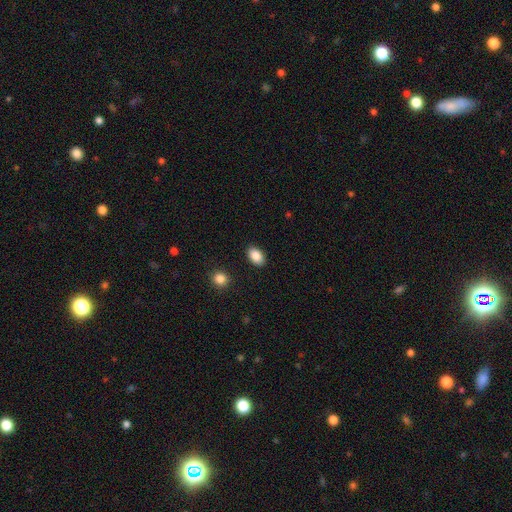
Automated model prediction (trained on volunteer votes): Overall: smooth (88%). How rounded: in between (88%). Merging: none (88%).